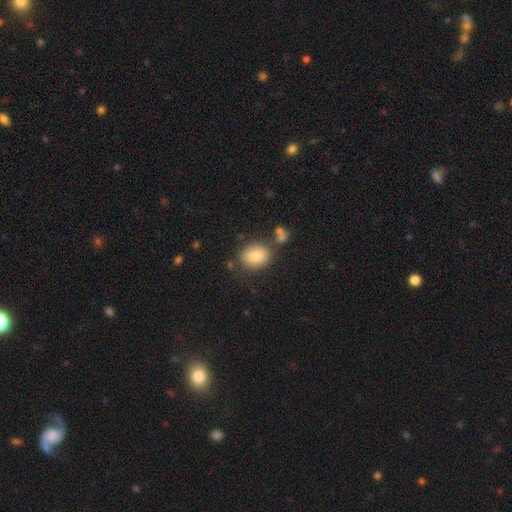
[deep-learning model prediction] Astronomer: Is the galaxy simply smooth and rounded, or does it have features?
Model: smooth — 80%.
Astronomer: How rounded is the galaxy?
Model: round — 65%.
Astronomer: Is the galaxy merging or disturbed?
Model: none — 71%.